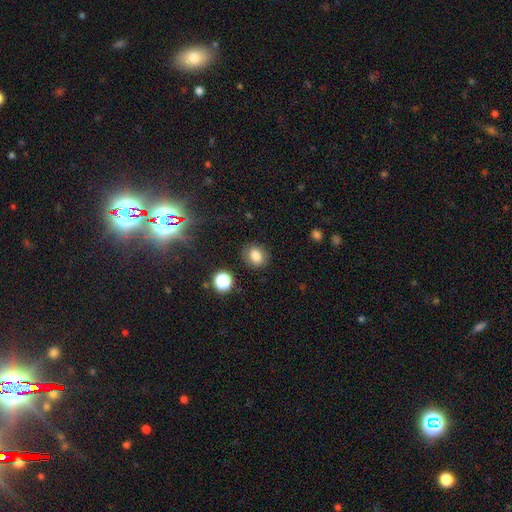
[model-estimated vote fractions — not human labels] Overall: smooth (80%). How rounded: in between (57%; round 42%). Merging: none (83%).